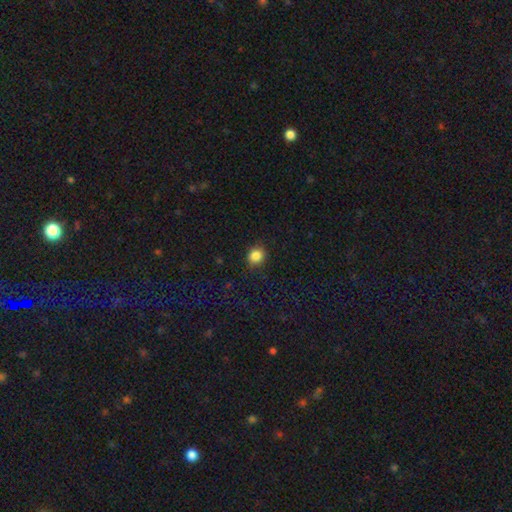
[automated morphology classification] The model was most divided on "how rounded": round: 78%, in between: 21%, cigar-shaped: 1%. More confident: merging — none (89%); smooth or featured — smooth (85%).